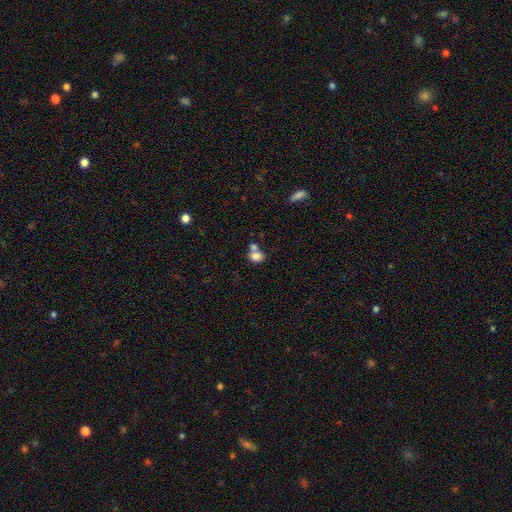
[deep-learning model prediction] Smooth or featured? Predicted: smooth (p=0.81). How rounded? Predicted: in between (p=0.59). Merging? Predicted: merger (p=0.46).